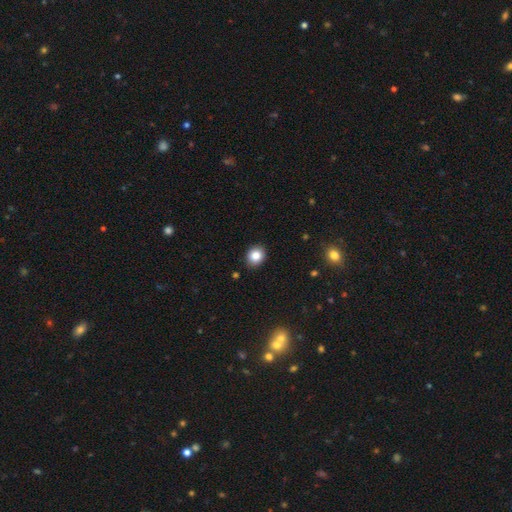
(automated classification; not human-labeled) Q: Smooth or featured?
A: smooth (85%); runner-up: star or artifact (10%)
Q: How rounded?
A: round (67%); runner-up: in between (32%)
Q: Merging?
A: none (89%); runner-up: minor disturbance (8%)